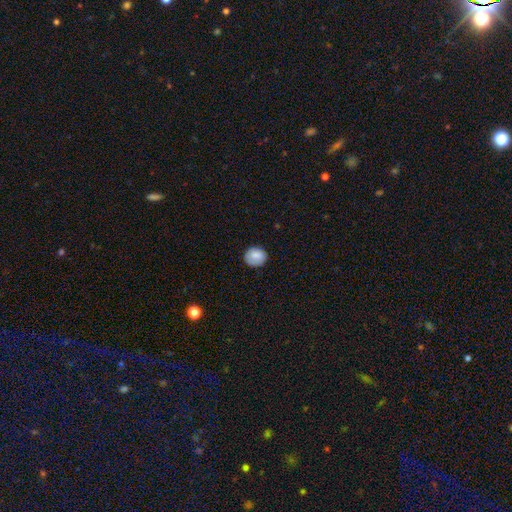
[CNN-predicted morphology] A smooth galaxy with no disk features (83%) that is round (82%).

Vote fractions:
- Smooth or featured? smooth: 83% / featured or disk: 9% / star or artifact: 8%
- How rounded? round: 82% / in between: 17% / cigar-shaped: 1%
- Merging? none: 84% / minor disturbance: 13% / major disturbance: 3% / merger: 1%